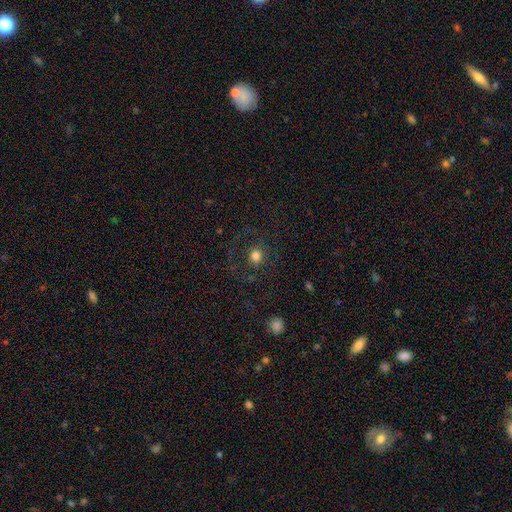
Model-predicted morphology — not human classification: Smooth or featured? smooth (70%)
How rounded? round (85%)
Merging? none (73%)